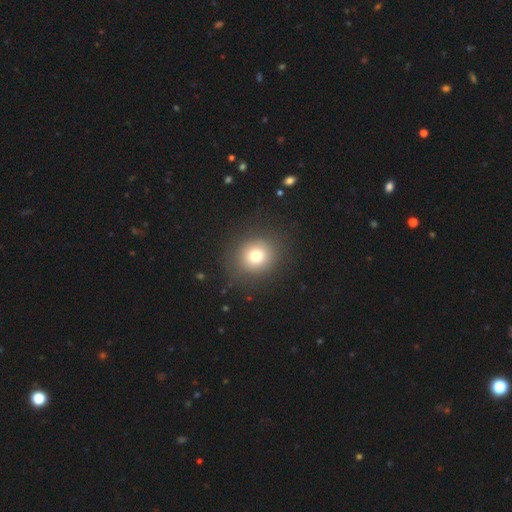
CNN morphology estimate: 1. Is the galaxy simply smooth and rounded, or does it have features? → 75% smooth, 14% star or artifact, 11% featured or disk.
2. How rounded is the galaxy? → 83% round, 16% in between, 1% cigar-shaped.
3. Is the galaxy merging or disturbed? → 86% none, 9% minor disturbance, 4% major disturbance, 1% merger.